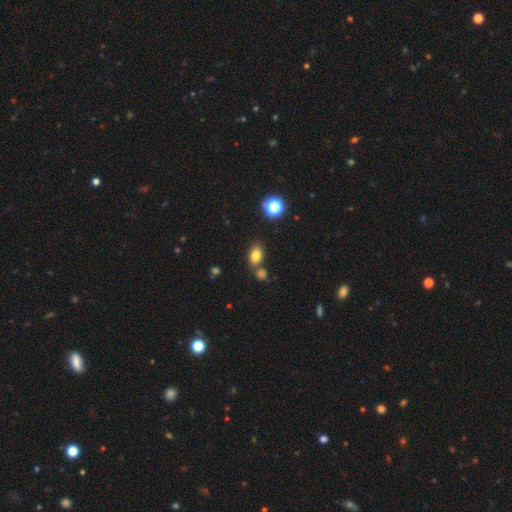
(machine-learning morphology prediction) Smooth or featured: smooth — 79% (star or artifact — 13%)
How rounded: in between — 74% (round — 25%)
Merging: none — 64% (merger — 20%)